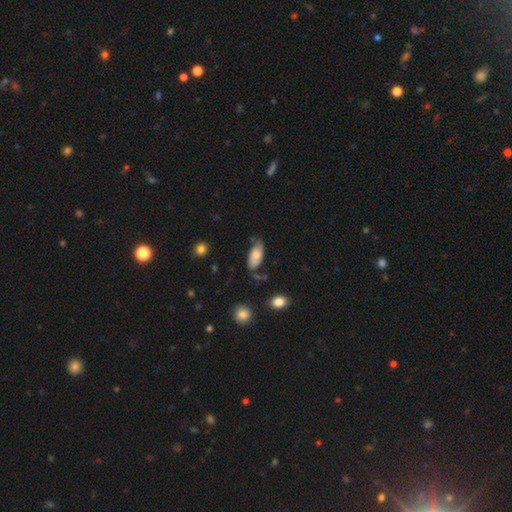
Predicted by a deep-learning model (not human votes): A smooth galaxy with no disk features (70%) that is in between round and cigar-shaped (89%).

Vote fractions:
- Smooth or featured? smooth: 70% / featured or disk: 23% / star or artifact: 7%
- How rounded? in between: 89% / cigar-shaped: 9% / round: 2%
- Merging? none: 62% / minor disturbance: 28% / major disturbance: 7% / merger: 4%